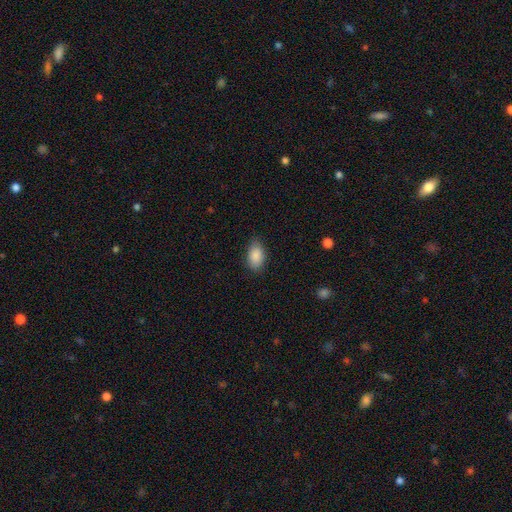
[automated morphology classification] Overall: smooth (89%). How rounded: in between (92%). Merging: none (80%).